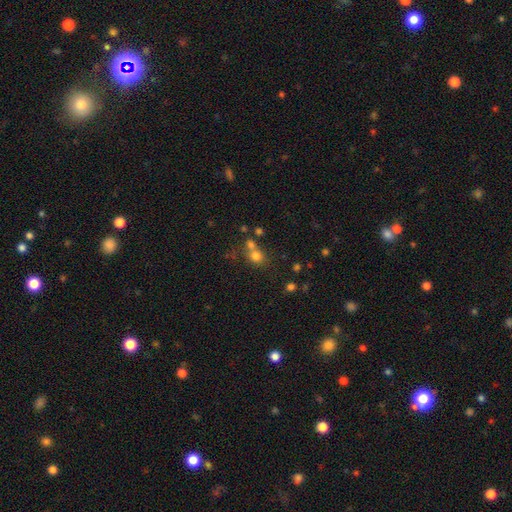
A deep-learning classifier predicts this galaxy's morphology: type=smooth (74%); roundness=round (76%); merging=none (48%).